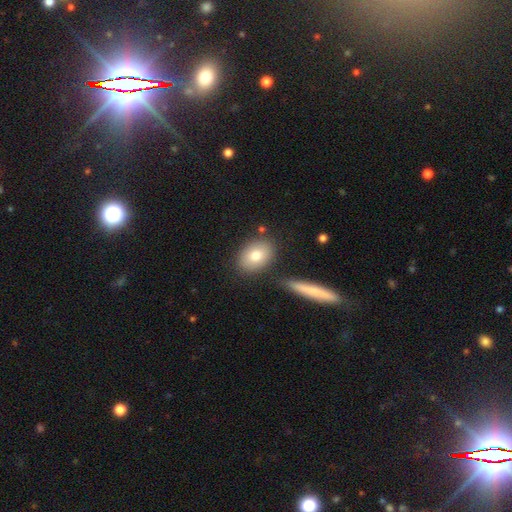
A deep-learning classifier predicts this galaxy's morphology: smooth_or_featured: smooth (p=0.78) [alt: featured or disk p=0.14]
how_rounded: in between (p=0.74) [alt: round p=0.24]
merging: none (p=0.80) [alt: minor disturbance p=0.11]